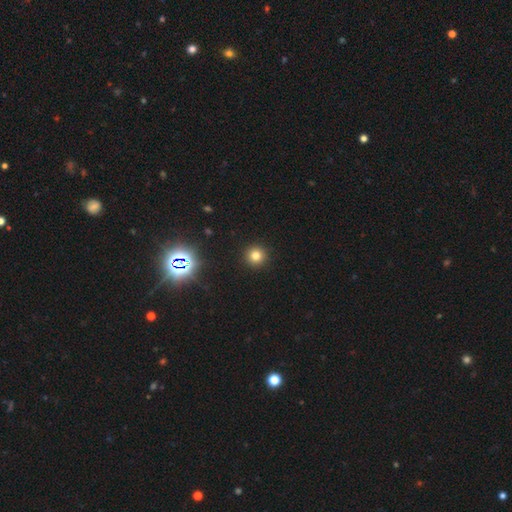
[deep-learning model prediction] The model was most divided on "smooth or featured": smooth: 77%, star or artifact: 17%, featured or disk: 6%. More confident: how rounded — round (95%); merging — none (93%).